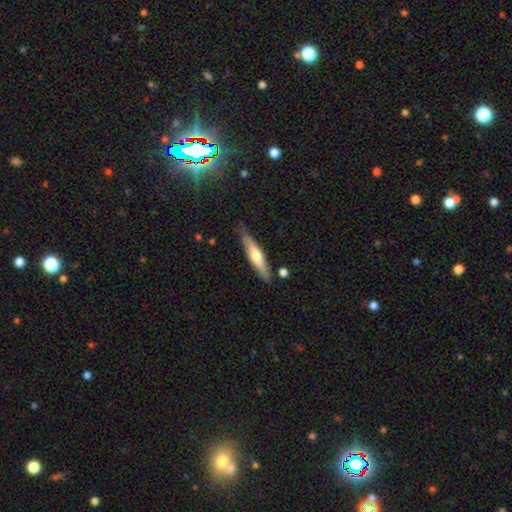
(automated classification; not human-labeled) Smooth or featured? Predicted: featured or disk (p=0.51). Edge-on disk? Predicted: yes (p=0.91). Merging? Predicted: none (p=0.81).